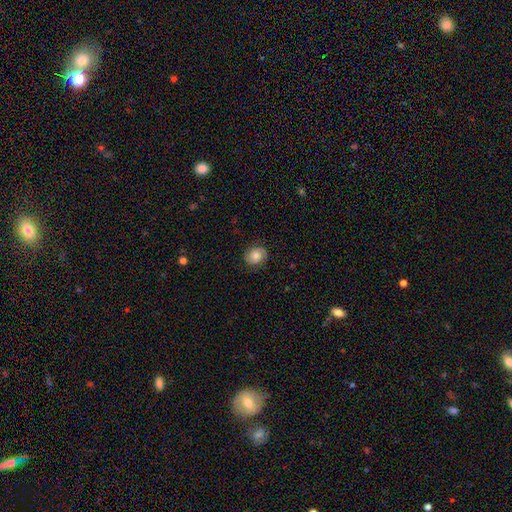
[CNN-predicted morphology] Overall: smooth (46%; featured or disk 44%). Merging: none (83%).